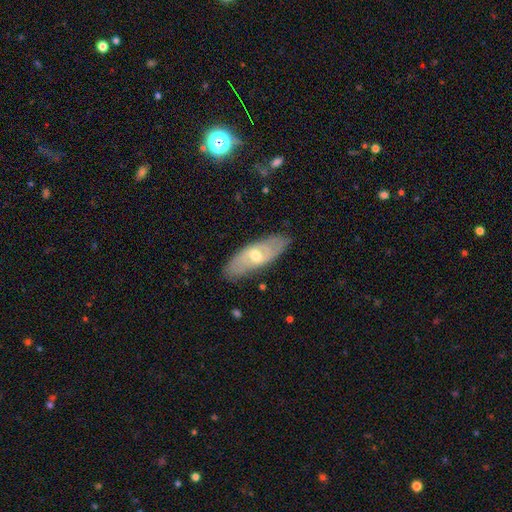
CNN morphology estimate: type=featured or disk (57%); edge-on=no (75%); merging=none (84%).